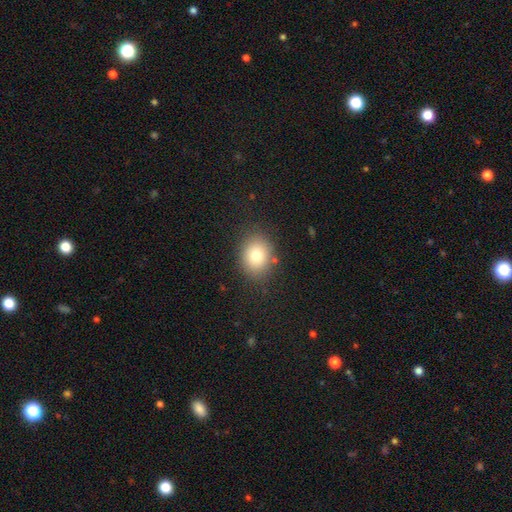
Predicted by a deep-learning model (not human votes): Smooth or featured: smooth — 79% (star or artifact — 11%)
How rounded: in between — 50% (round — 49%)
Merging: none — 83% (minor disturbance — 11%)